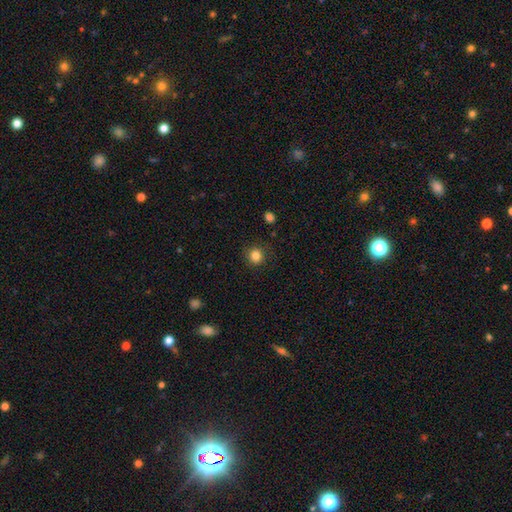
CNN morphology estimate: A smooth galaxy with no disk features (84%) that is round (91%). Merging: none (87%).